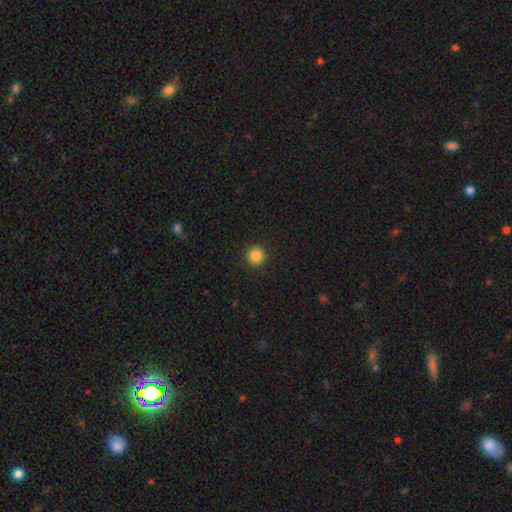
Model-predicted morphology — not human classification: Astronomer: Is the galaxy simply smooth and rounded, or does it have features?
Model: smooth — 85%.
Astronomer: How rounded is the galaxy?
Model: round — 96%.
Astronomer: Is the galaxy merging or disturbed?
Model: none — 93%.